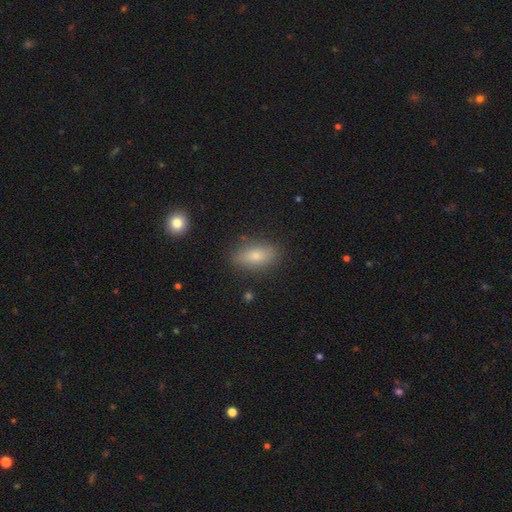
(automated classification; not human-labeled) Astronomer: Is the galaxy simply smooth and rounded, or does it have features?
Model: smooth — 77%.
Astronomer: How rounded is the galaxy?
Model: in between — 86%.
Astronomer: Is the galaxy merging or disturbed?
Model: none — 83%.